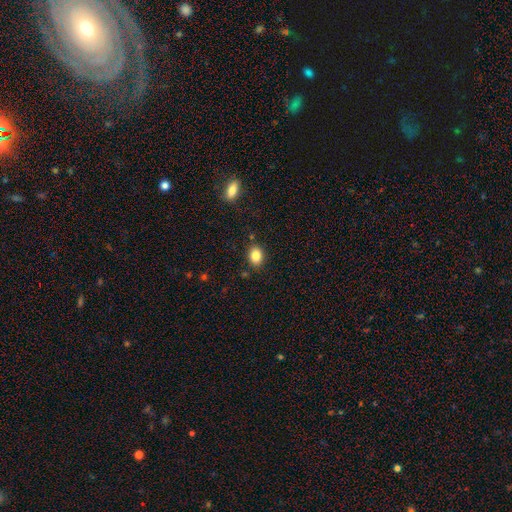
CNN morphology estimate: smooth-or-featured: smooth: 84% | star or artifact: 9% | featured or disk: 6%
  how-rounded: in between: 66% | round: 33% | cigar-shaped: 1%
  merging: none: 85% | minor disturbance: 10% | merger: 3% | major disturbance: 2%